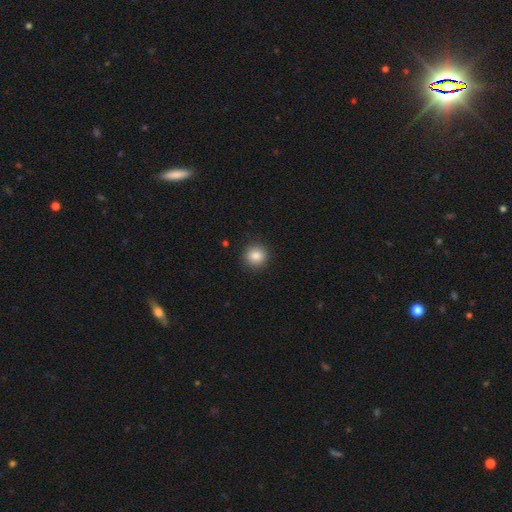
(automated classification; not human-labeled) A smooth galaxy with no disk features (85%) that is round (91%). Merging: none (91%).